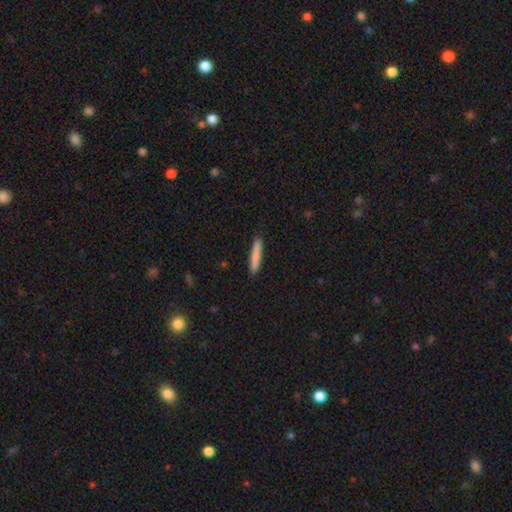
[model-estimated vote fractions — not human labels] The model was most divided on "smooth or featured": smooth: 81%, featured or disk: 13%, star or artifact: 6%. More confident: how rounded — cigar-shaped (94%); merging — none (90%).